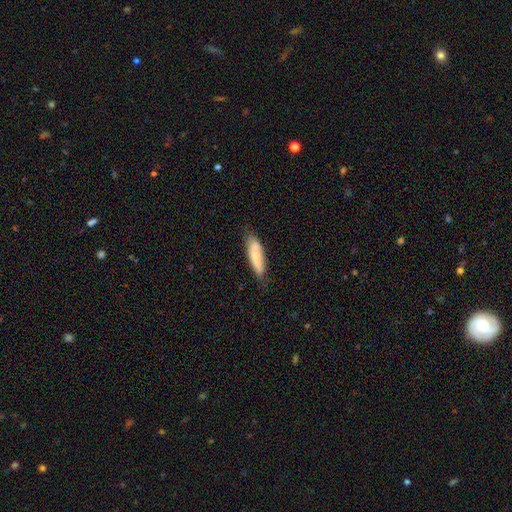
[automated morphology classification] This is likely a smooth galaxy (70%). How rounded: possibly cigar-shaped (55%). Merging: likely none (68%).